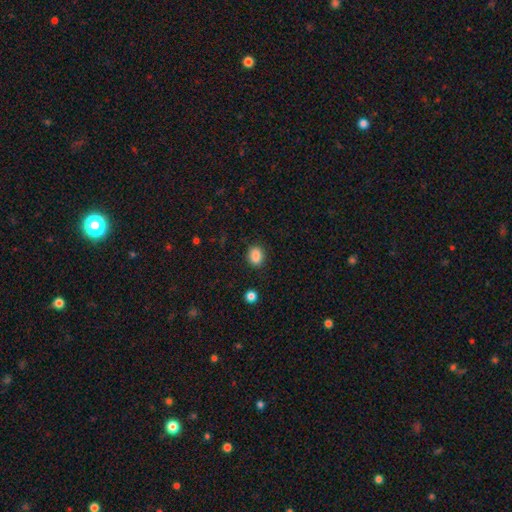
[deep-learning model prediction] Smooth or featured: smooth — 87% (star or artifact — 10%)
How rounded: in between — 55% (round — 44%)
Merging: none — 86% (minor disturbance — 10%)